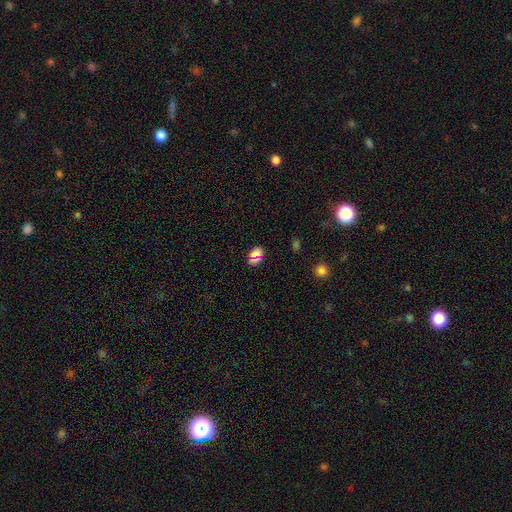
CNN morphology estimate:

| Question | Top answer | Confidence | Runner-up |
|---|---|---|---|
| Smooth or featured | smooth | 60% | star or artifact (32%) |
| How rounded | in between | 57% | round (40%) |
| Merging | none | 84% | minor disturbance (9%) |